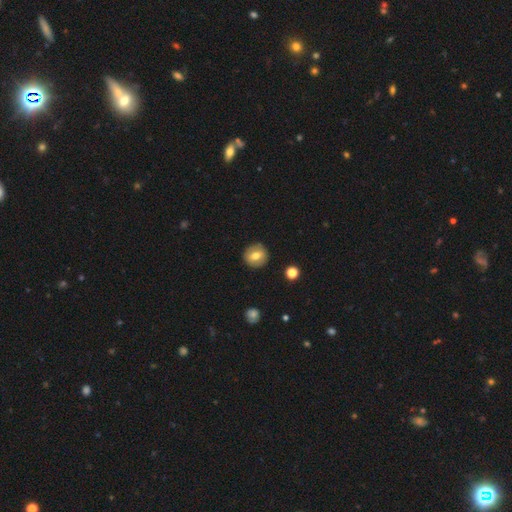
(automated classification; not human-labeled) smooth 62%, featured or disk 29%, star or artifact 9%. Down the decision tree: how rounded — round (87%); merging — none (88%).